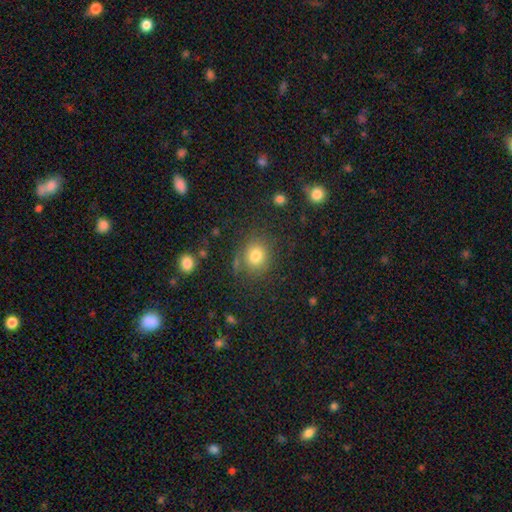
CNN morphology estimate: A smooth galaxy with no disk features (77%) that is round (77%).

Vote fractions:
- Smooth or featured? smooth: 77% / star or artifact: 14% / featured or disk: 8%
- How rounded? round: 77% / in between: 22% / cigar-shaped: 1%
- Merging? none: 77% / minor disturbance: 13% / major disturbance: 6% / merger: 4%